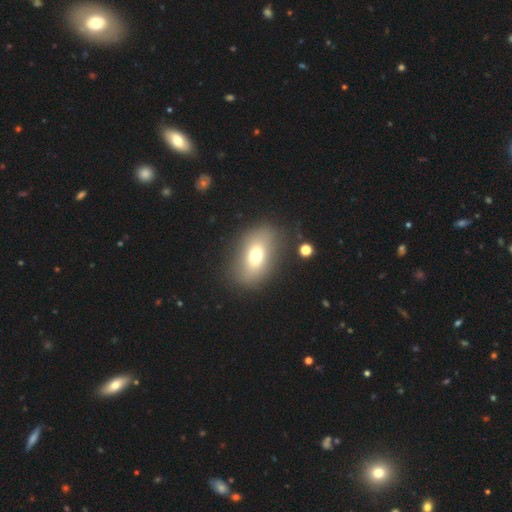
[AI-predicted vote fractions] This appears to be a smooth galaxy with no disk features (67%) that is in between round and cigar-shaped (79%). Merging: none (80%).